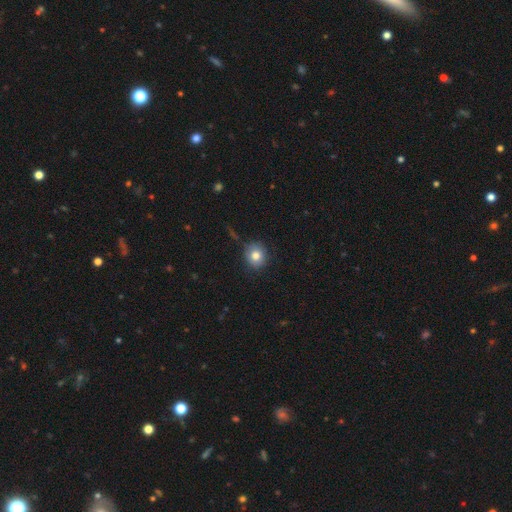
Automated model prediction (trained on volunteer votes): Smooth or featured? smooth (80%)
How rounded? round (85%)
Merging? none (85%)